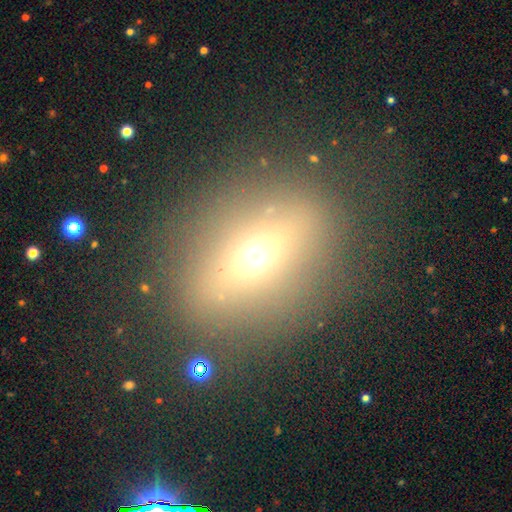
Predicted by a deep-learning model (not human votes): This is possibly a smooth galaxy (57%). How rounded: likely in between (61%). Merging: likely none (80%).